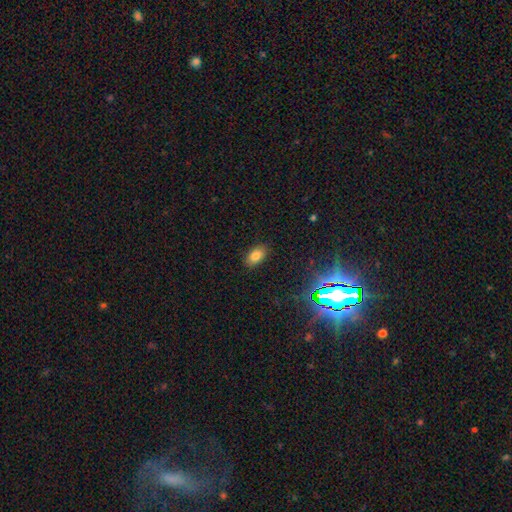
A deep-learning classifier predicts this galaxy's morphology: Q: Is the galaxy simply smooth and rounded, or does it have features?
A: smooth — 79%.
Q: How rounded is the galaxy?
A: in between — 91%.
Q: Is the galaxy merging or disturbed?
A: none — 88%.